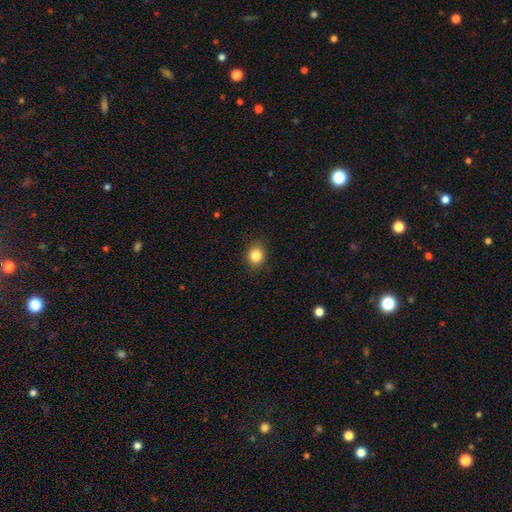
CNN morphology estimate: Smooth or featured? smooth (84%)
How rounded? round (70%)
Merging? none (86%)